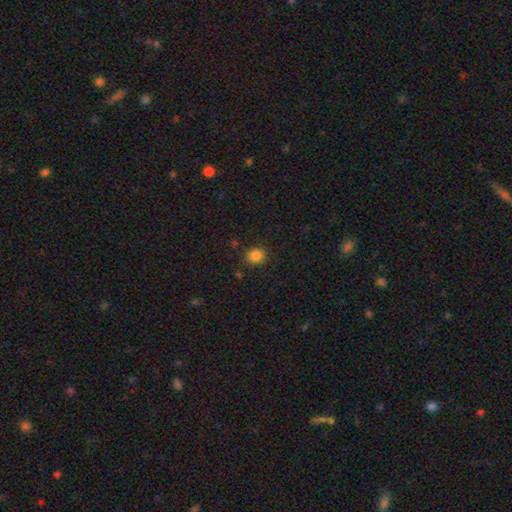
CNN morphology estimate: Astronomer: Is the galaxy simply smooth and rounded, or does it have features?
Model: smooth — 85%.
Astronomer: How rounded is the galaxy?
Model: round — 76%.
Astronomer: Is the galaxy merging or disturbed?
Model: none — 87%.